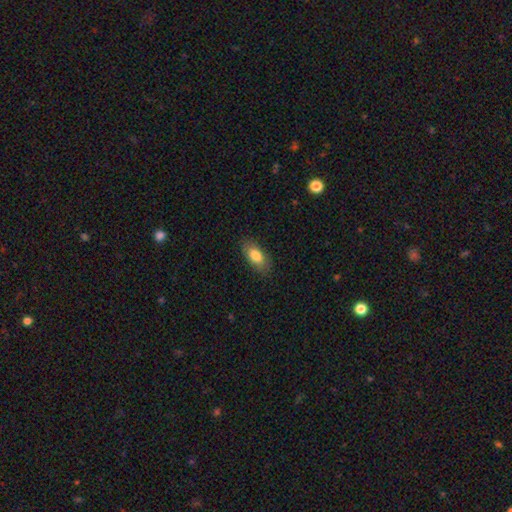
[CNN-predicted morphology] This appears to be a smooth galaxy with no disk features (81%) that is in between round and cigar-shaped (88%). Merging: none (85%).